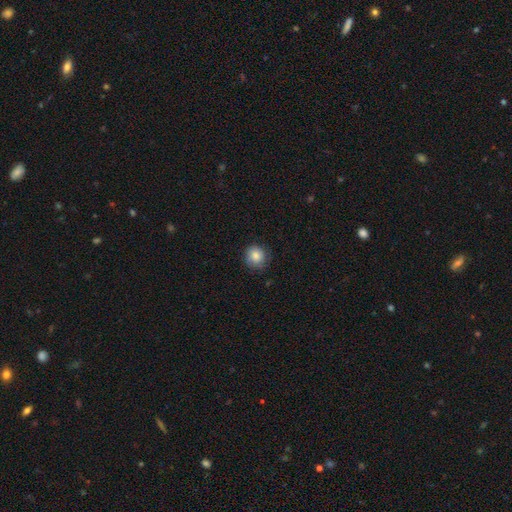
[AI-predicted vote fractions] Smooth or featured?
  - smooth: 81% *
  - featured or disk: 10%
  - star or artifact: 8%
How rounded?
  - round: 90% *
  - in between: 9%
  - cigar-shaped: 1%
Merging?
  - none: 80% *
  - minor disturbance: 15%
  - major disturbance: 4%
  - merger: 1%